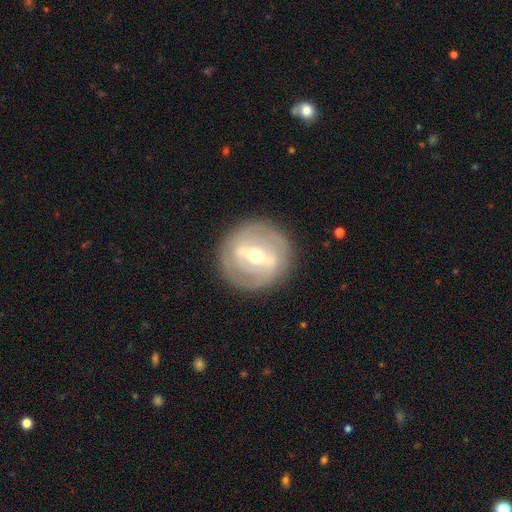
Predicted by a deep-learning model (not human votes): A featured or disk galaxy (79%) with a strong bar (69%), spiral arms (54%) and a moderate central bulge (63%).

Vote fractions:
- Smooth or featured? featured or disk: 79% / smooth: 15% / star or artifact: 6%
- Edge-on disk? no: 89% / yes: 11%
- Bar? strong: 69% / weak: 23% / no: 7%
- Spiral arms? yes: 54% / no: 46%
- Bulge size? moderate: 63% / small: 31% / large: 4% / dominant: 1% / none: 1%
- Merging? none: 86% / minor disturbance: 9% / major disturbance: 4% / merger: 1%